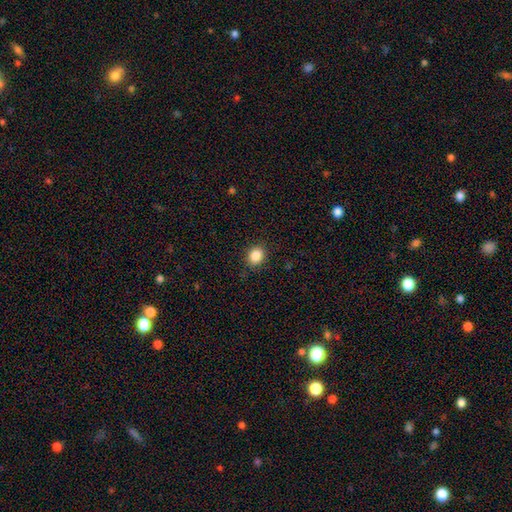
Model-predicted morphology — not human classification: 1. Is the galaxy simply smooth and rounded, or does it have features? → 86% smooth, 10% star or artifact, 4% featured or disk.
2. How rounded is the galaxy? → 62% round, 37% in between, 1% cigar-shaped.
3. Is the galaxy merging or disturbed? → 88% none, 9% minor disturbance, 2% major disturbance, 1% merger.